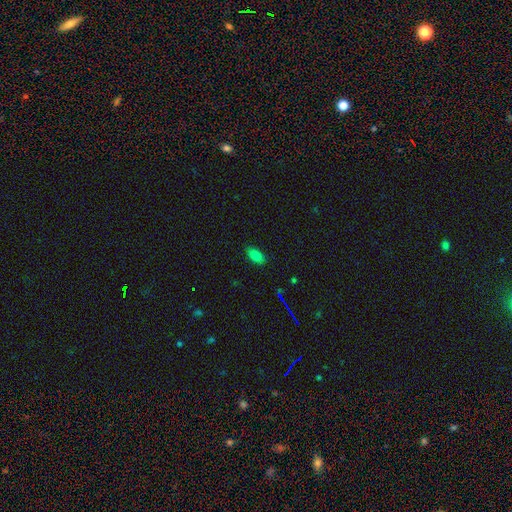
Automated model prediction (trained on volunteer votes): A smooth galaxy with no disk features (81%) that is in between round and cigar-shaped (90%). Merging: none (86%).